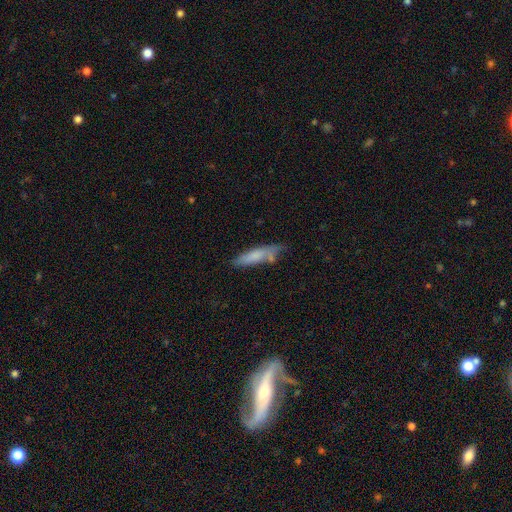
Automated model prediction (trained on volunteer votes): A smooth galaxy with no disk features (68%) that is cigar-shaped (74%).

Vote fractions:
- Smooth or featured? smooth: 68% / featured or disk: 25% / star or artifact: 7%
- How rounded? cigar-shaped: 74% / in between: 24% / round: 2%
- Merging? none: 59% / minor disturbance: 26% / merger: 9% / major disturbance: 7%